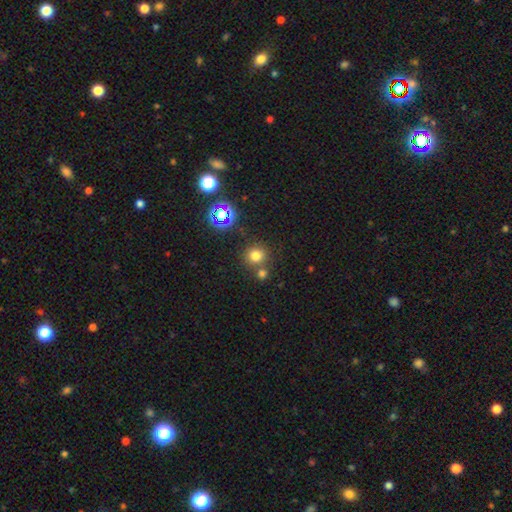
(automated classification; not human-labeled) smooth_or_featured: smooth (p=0.72) [alt: star or artifact p=0.21]
how_rounded: round (p=0.89) [alt: in between p=0.10]
merging: none (p=0.69) [alt: merger p=0.20]